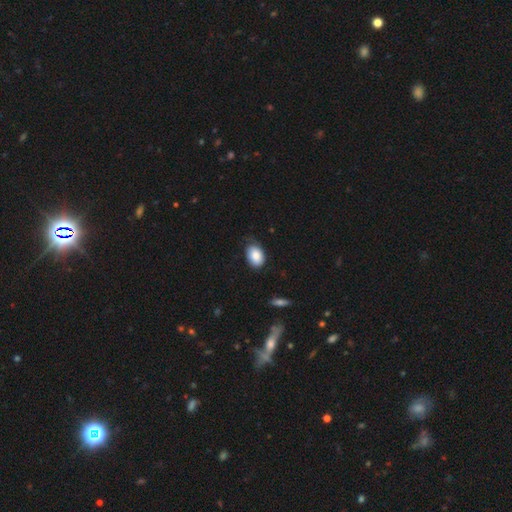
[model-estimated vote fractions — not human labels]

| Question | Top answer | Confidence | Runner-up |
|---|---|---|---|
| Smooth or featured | smooth | 84% | featured or disk (9%) |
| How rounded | in between | 86% | round (13%) |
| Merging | none | 65% | minor disturbance (28%) |